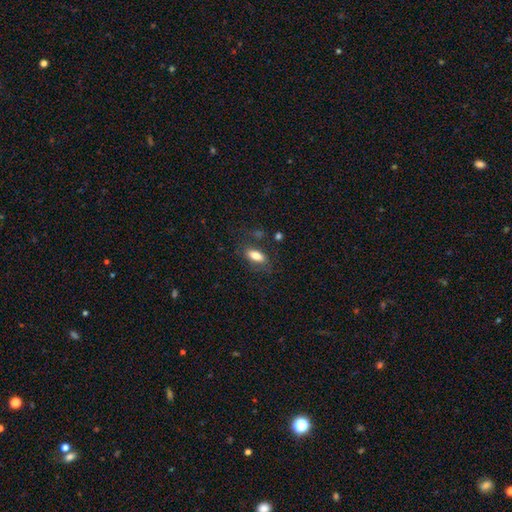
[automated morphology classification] This appears to be a smooth galaxy with no disk features (80%) that is in between round and cigar-shaped (84%). Merging: none (74%).